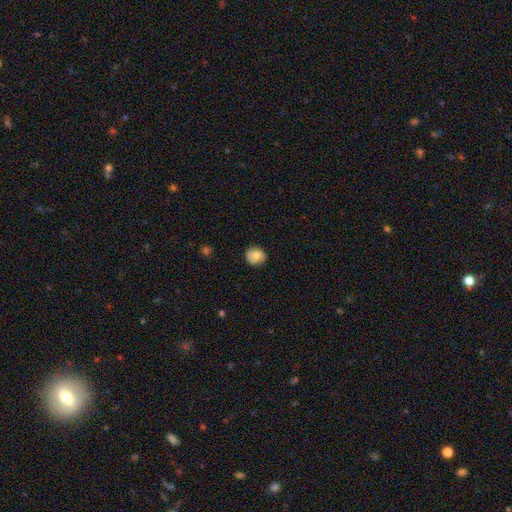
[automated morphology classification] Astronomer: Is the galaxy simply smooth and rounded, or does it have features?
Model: smooth — 77%.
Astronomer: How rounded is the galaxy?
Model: round — 82%.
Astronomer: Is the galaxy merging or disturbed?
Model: none — 83%.